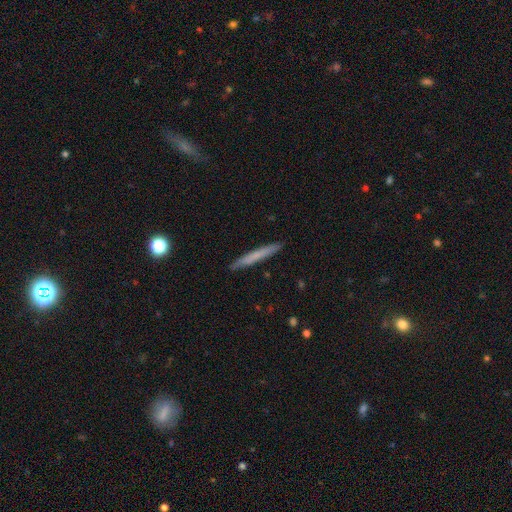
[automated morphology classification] This appears to be a smooth galaxy with no disk features (65%) that is cigar-shaped (97%). Merging: none (91%).